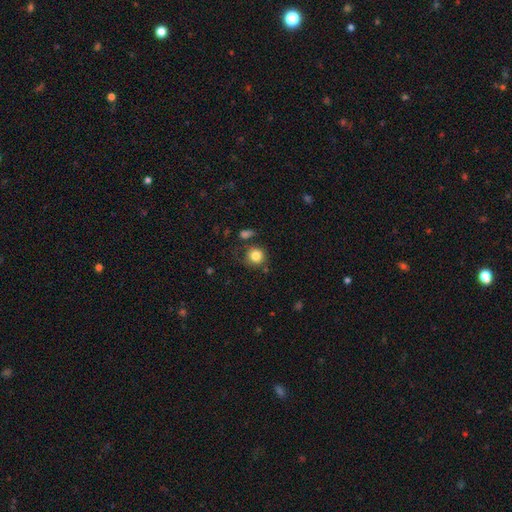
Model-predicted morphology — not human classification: A smooth galaxy with no disk features (83%) that is round (90%). Merging: none (74%).